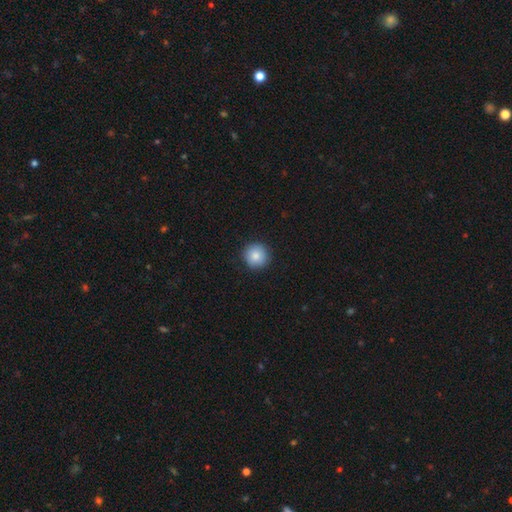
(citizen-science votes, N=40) Smooth or featured? smooth (85%)
How rounded? round (97%)
Merging? none (97%)